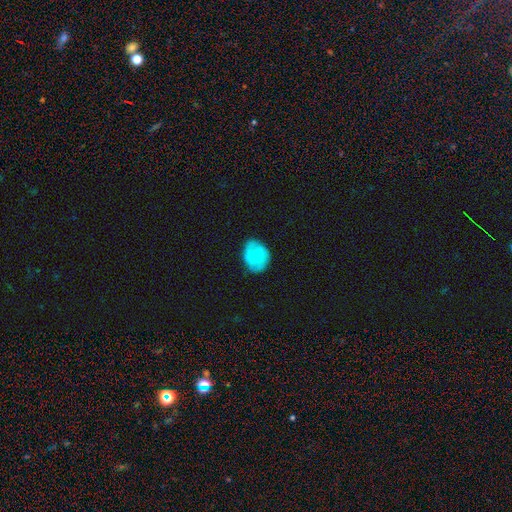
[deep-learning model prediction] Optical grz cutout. It shows a smooth galaxy with no disk features (65%) that is in between round and cigar-shaped (52%). Merging: none (67%).